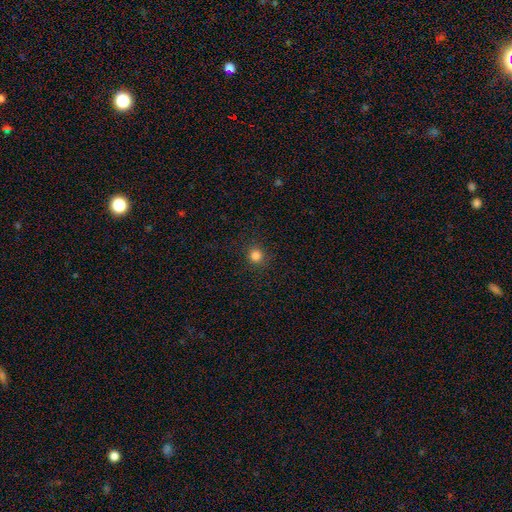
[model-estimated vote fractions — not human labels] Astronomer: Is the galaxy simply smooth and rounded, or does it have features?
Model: smooth — 83%.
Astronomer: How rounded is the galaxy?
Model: round — 94%.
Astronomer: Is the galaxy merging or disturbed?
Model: none — 90%.